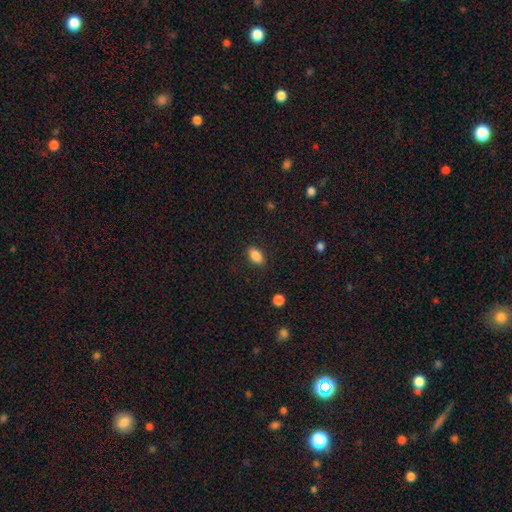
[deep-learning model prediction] Q: Smooth or featured?
A: smooth (87%); runner-up: star or artifact (8%)
Q: How rounded?
A: in between (91%); runner-up: round (5%)
Q: Merging?
A: none (87%); runner-up: minor disturbance (9%)